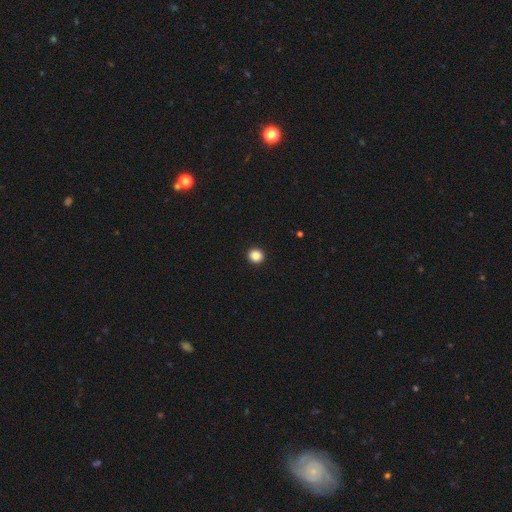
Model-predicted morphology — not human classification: Smooth or featured? Predicted: smooth (p=0.88). How rounded? Predicted: round (p=0.91). Merging? Predicted: none (p=0.93).